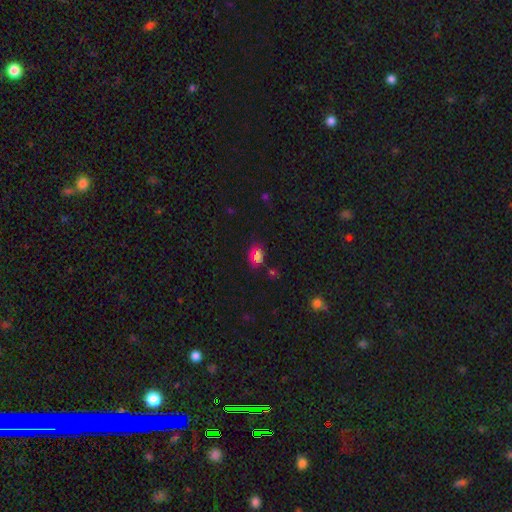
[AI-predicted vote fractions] Morphology: type=smooth (63%); roundness=in between (71%); merging=none (76%).